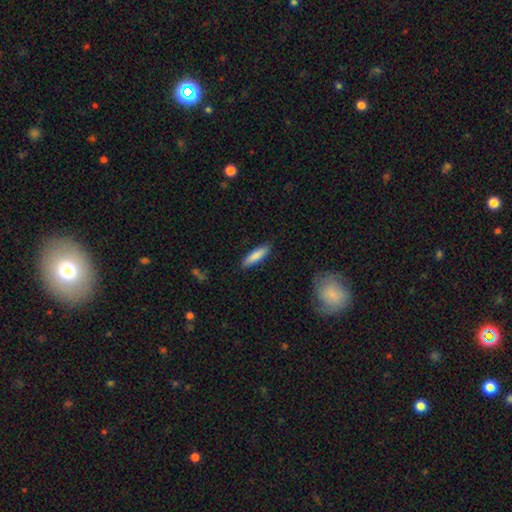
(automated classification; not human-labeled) This is clearly a smooth galaxy (85%). How rounded: likely cigar-shaped (69%). Merging: clearly none (88%).